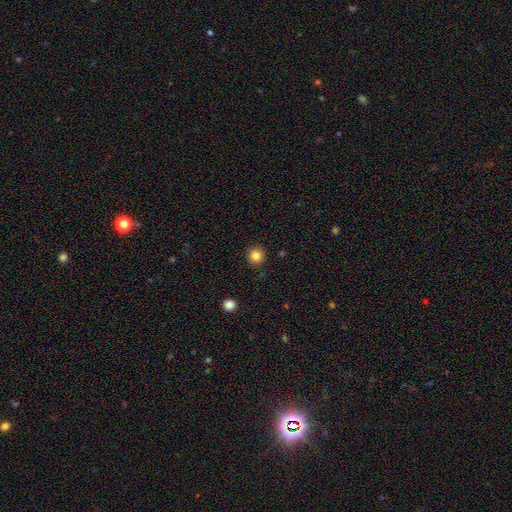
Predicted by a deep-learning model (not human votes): Smooth or featured: smooth — 84% (star or artifact — 11%)
How rounded: round — 93% (in between — 7%)
Merging: none — 91% (minor disturbance — 6%)